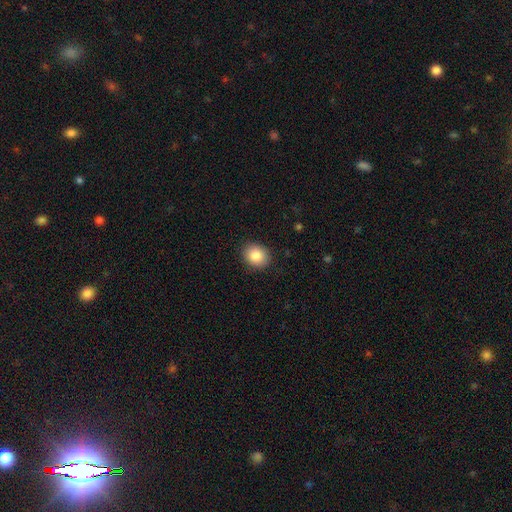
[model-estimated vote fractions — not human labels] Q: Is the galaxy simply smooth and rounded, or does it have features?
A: smooth — 85%.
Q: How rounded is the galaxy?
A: round — 62%.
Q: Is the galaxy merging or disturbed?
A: none — 89%.